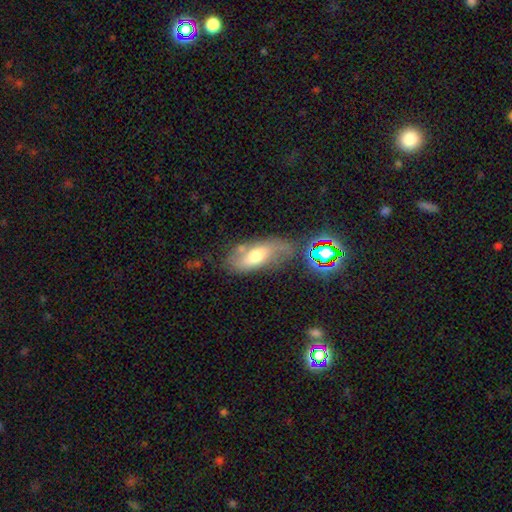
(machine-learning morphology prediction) Smooth or featured?
  - smooth: 44% * (tied)
  - featured or disk: 44% * (tied)
  - star or artifact: 11%
Merging?
  - none: 49% *
  - minor disturbance: 26%
  - major disturbance: 14%
  - merger: 11%